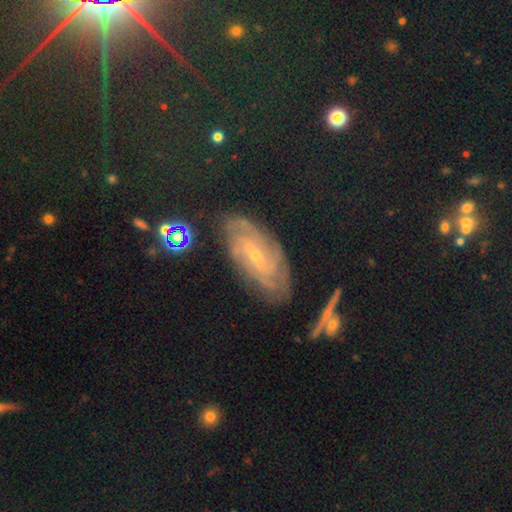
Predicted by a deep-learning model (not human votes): Overall: featured or disk (80%). Edge-on disk: no (93%). Bar: weak (46%; no 37%). Spiral arms: yes (94%). Spiral arm count: can't tell (39%; 2 20%). Spiral winding: tight (61%; medium 30%). Bulge size: small (81%). Merging: none (74%).